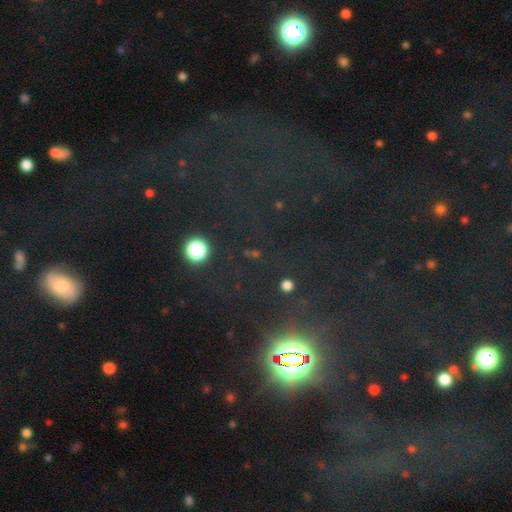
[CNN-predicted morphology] smooth_or_featured: star or artifact (p=0.64) [alt: smooth p=0.22]